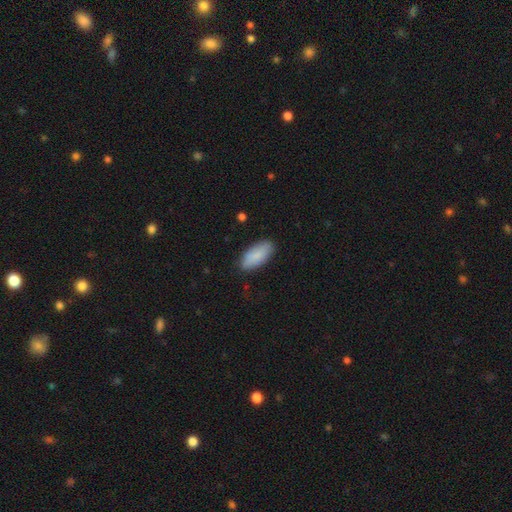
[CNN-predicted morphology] This is clearly a smooth galaxy (87%). How rounded: clearly in between (86%). Merging: clearly none (85%).